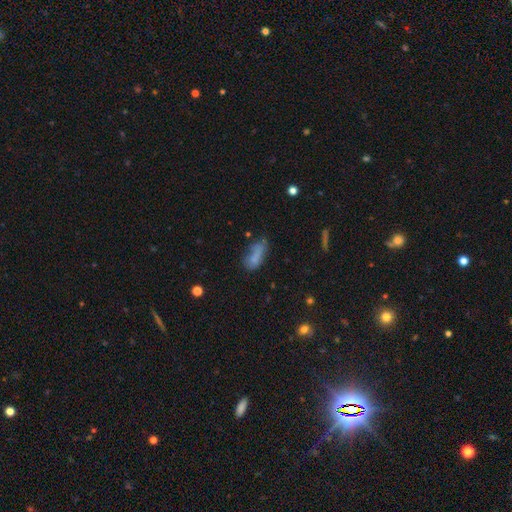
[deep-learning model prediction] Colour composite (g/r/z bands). It shows a smooth galaxy with no disk features (70%) that is in between round and cigar-shaped (79%). Merging: none (39%).